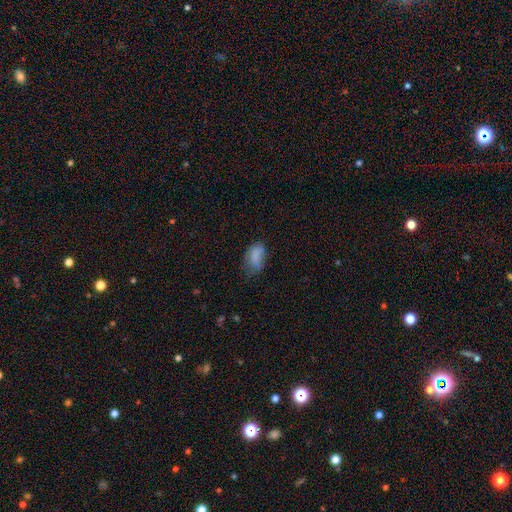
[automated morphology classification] The model was most divided on "merging": none: 41%, minor disturbance: 35%, major disturbance: 21%, merger: 3%. More confident: how rounded — in between (90%); smooth or featured — smooth (76%).